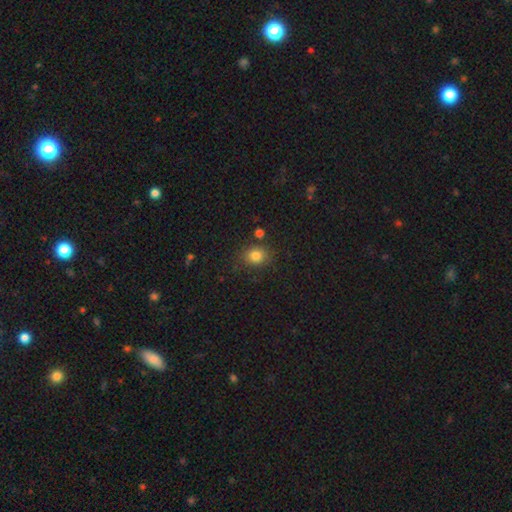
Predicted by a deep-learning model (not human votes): Overall: smooth (81%). How rounded: round (64%; in between 35%). Merging: none (78%).